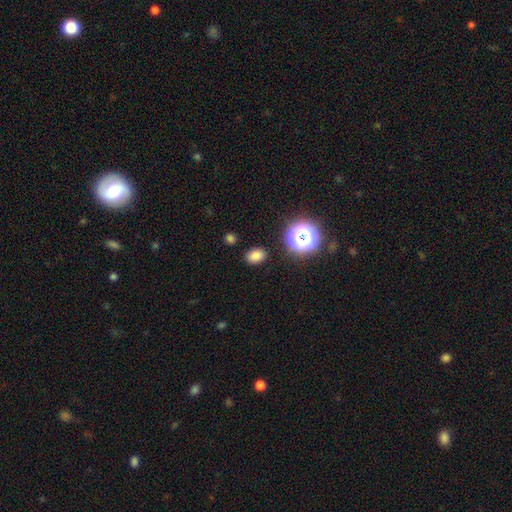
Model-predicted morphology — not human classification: The model was most divided on "how rounded": in between: 73%, round: 26%, cigar-shaped: 1%. More confident: merging — none (86%); smooth or featured — smooth (80%).